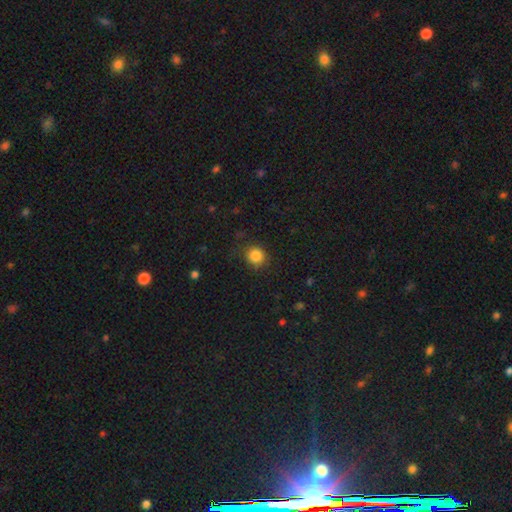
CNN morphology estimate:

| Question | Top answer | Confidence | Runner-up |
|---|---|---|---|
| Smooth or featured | smooth | 86% | star or artifact (10%) |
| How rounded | round | 89% | in between (10%) |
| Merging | none | 82% | minor disturbance (13%) |